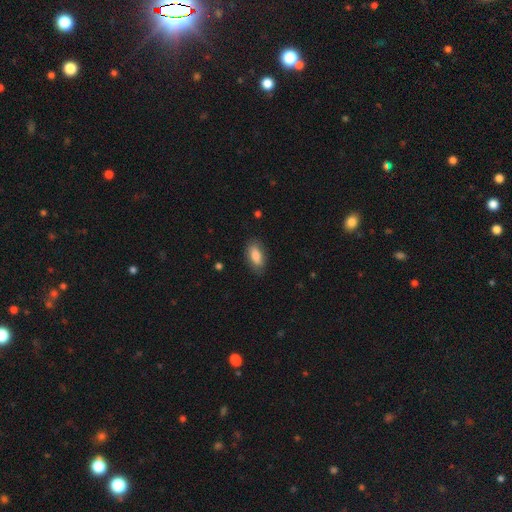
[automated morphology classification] smooth-or-featured: smooth: 82% | featured or disk: 11% | star or artifact: 7%
  how-rounded: in between: 85% | cigar-shaped: 11% | round: 3%
  merging: none: 82% | minor disturbance: 13% | major disturbance: 3% | merger: 1%